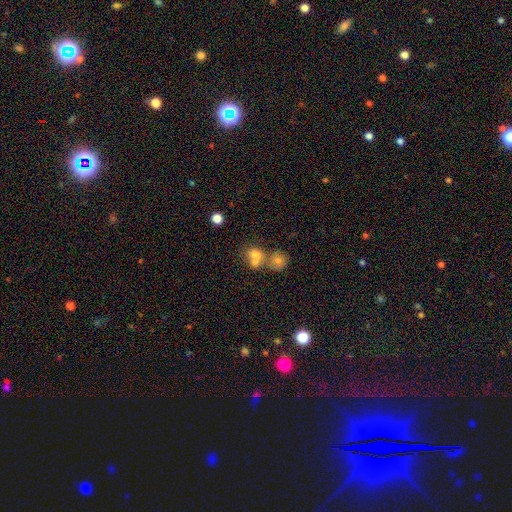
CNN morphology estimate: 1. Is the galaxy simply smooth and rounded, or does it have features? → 70% smooth, 17% featured or disk, 13% star or artifact.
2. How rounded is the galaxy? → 68% round, 31% in between, 1% cigar-shaped.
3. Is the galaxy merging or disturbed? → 58% merger, 31% none, 7% minor disturbance, 4% major disturbance.